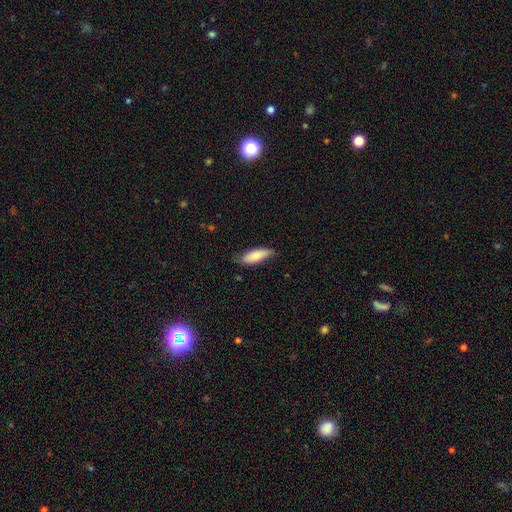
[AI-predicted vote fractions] Smooth or featured: smooth — 75% (featured or disk — 19%)
How rounded: in between — 61% (cigar-shaped — 37%)
Merging: none — 68% (minor disturbance — 27%)